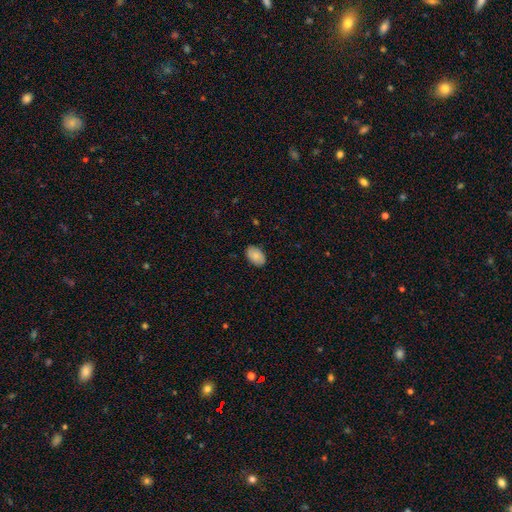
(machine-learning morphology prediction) smooth-or-featured: smooth: 84% | featured or disk: 9% | star or artifact: 6%
  how-rounded: in between: 91% | round: 8% | cigar-shaped: 1%
  merging: none: 86% | minor disturbance: 10% | major disturbance: 2% | merger: 1%